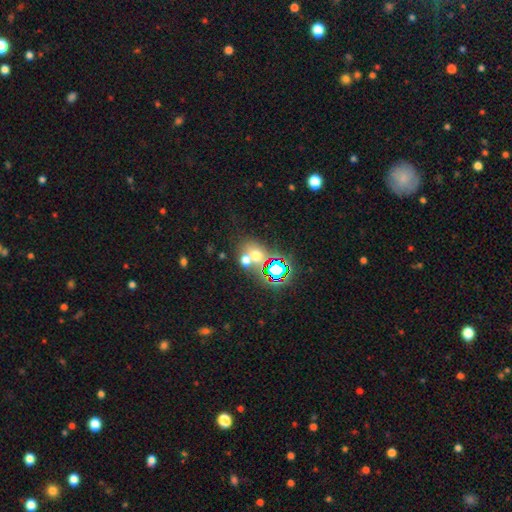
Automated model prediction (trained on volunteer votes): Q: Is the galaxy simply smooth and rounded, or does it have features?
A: smooth — 52%.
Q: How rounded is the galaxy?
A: round — 62%.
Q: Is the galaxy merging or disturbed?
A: none — 44%.